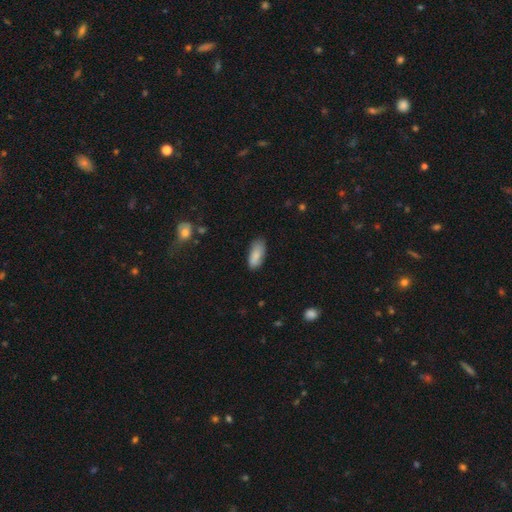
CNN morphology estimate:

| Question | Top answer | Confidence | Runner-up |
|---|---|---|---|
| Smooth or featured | smooth | 85% | featured or disk (9%) |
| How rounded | in between | 84% | cigar-shaped (14%) |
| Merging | none | 73% | minor disturbance (21%) |